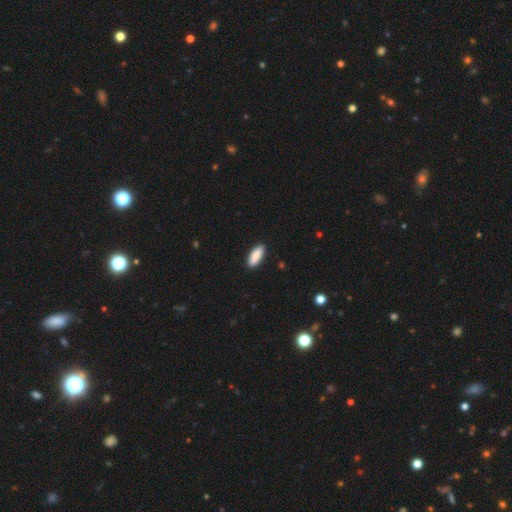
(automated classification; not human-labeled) Smooth or featured? Predicted: smooth (p=0.89). How rounded? Predicted: in between (p=0.69). Merging? Predicted: none (p=0.90).